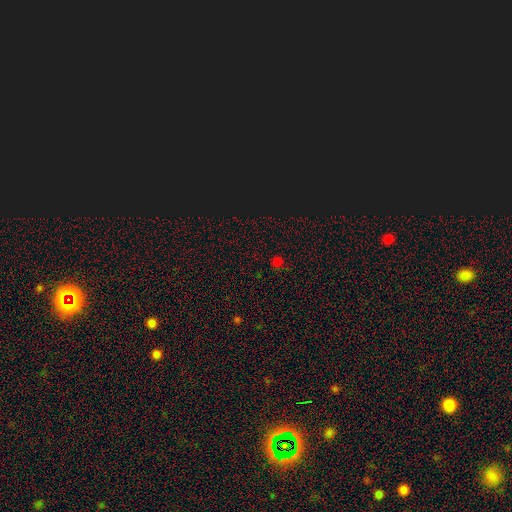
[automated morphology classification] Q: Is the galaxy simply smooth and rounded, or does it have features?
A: star or artifact — 52%.